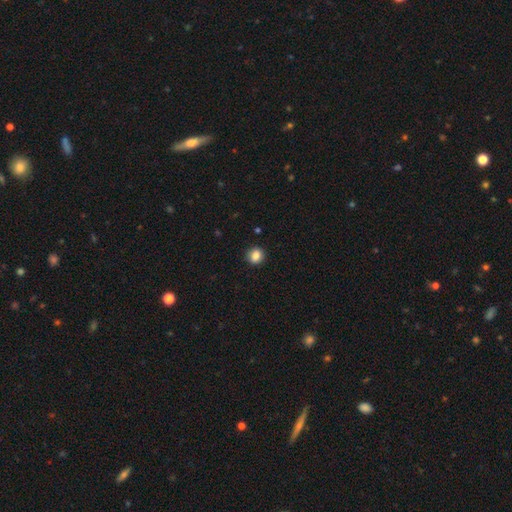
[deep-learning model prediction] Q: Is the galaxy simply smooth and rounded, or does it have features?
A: smooth — 85%.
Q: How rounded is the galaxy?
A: round — 80%.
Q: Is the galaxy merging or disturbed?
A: none — 90%.